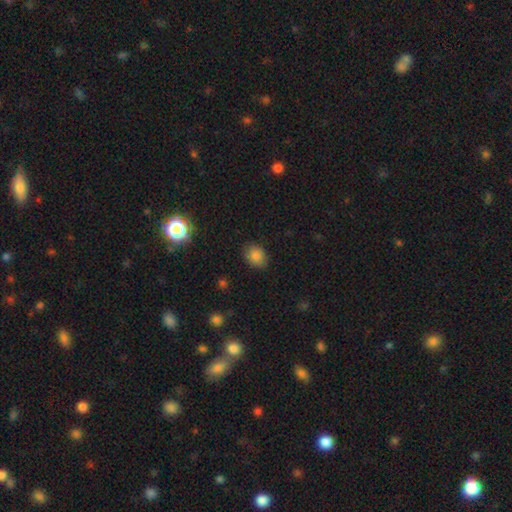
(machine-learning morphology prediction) Q: Smooth or featured?
A: smooth (83%); runner-up: star or artifact (10%)
Q: How rounded?
A: in between (60%); runner-up: round (39%)
Q: Merging?
A: none (80%); runner-up: minor disturbance (16%)